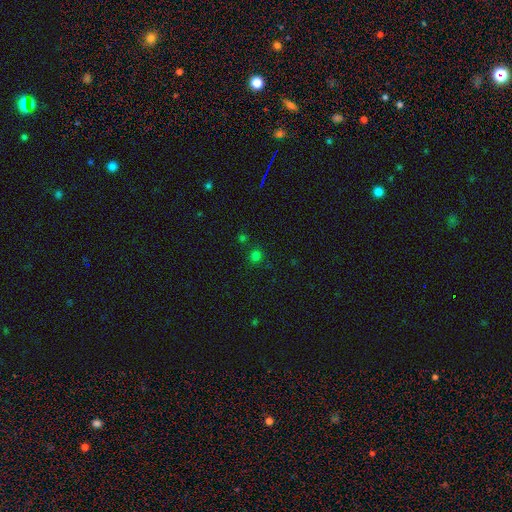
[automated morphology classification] smooth_or_featured: smooth (p=0.71) [alt: star or artifact p=0.24]
how_rounded: round (p=0.90) [alt: in between p=0.09]
merging: none (p=0.83) [alt: minor disturbance p=0.09]